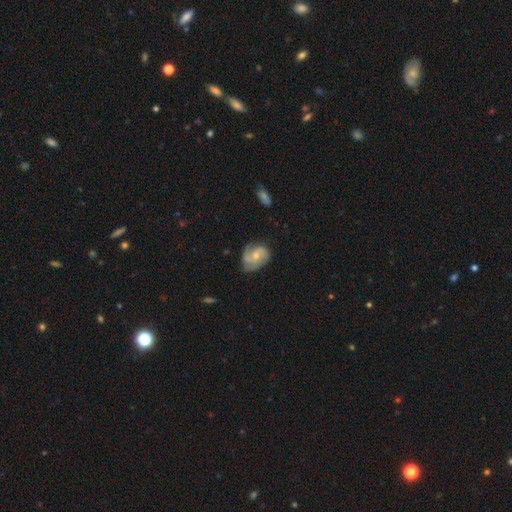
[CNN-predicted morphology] Smooth or featured? featured or disk (75%)
Edge-on disk? no (98%)
Bar? no (56%)
Spiral arms? yes (94%)
Spiral winding? medium (48%)
Spiral arm count? 2 (66%)
Bulge size? small (48%)
Merging? none (60%)